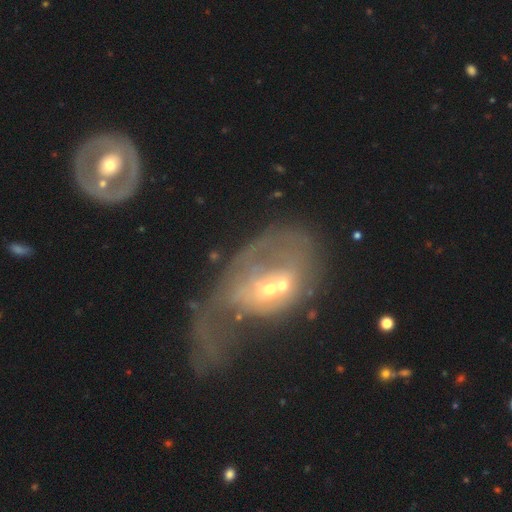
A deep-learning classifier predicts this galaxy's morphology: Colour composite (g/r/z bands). It shows a featured or disk galaxy (62%) with no bar (48%), no spiral arms (60%) and a moderate central bulge (50%). Merging: major disturbance (48%).